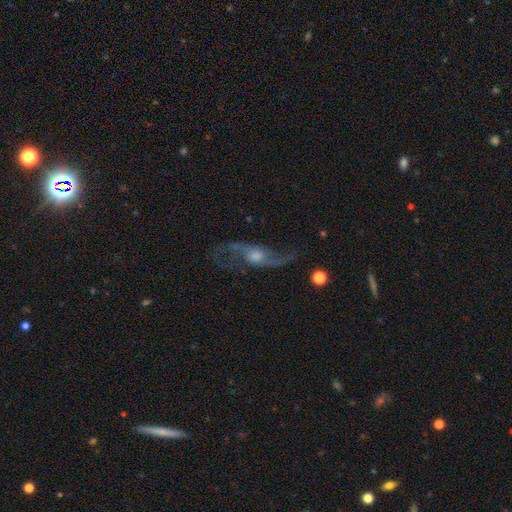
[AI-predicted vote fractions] Q: Smooth or featured?
A: featured or disk (83%); runner-up: smooth (9%)
Q: Edge-on disk?
A: no (85%); runner-up: yes (15%)
Q: Bar?
A: no (63%); runner-up: weak (30%)
Q: Spiral arms?
A: yes (91%); runner-up: no (9%)
Q: Spiral winding?
A: loose (82%); runner-up: medium (14%)
Q: Spiral arm count?
A: 2 (90%); runner-up: can't tell (3%)
Q: Bulge size?
A: moderate (52%); runner-up: small (24%)
Q: Merging?
A: none (62%); runner-up: major disturbance (19%)